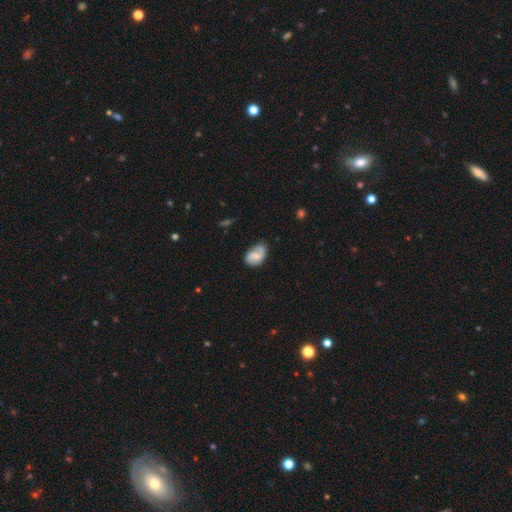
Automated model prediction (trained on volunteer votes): This appears to be a featured or disk galaxy (52%) with a weak bar (47%), spiral arms (82%) and a small central bulge (38%). Merging: none (58%).